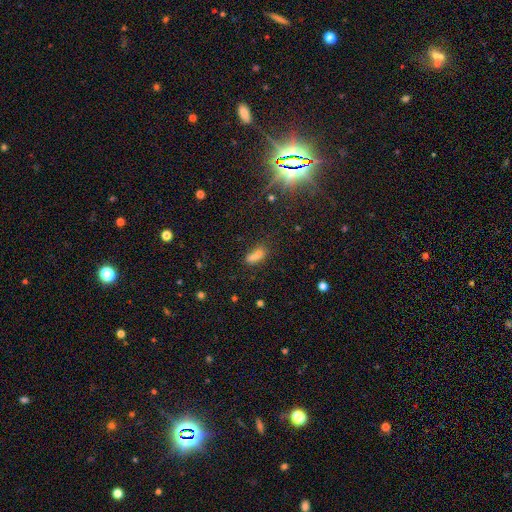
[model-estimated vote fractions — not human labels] Smooth or featured? Predicted: smooth (p=0.71). How rounded? Predicted: in between (p=0.69). Merging? Predicted: none (p=0.46).